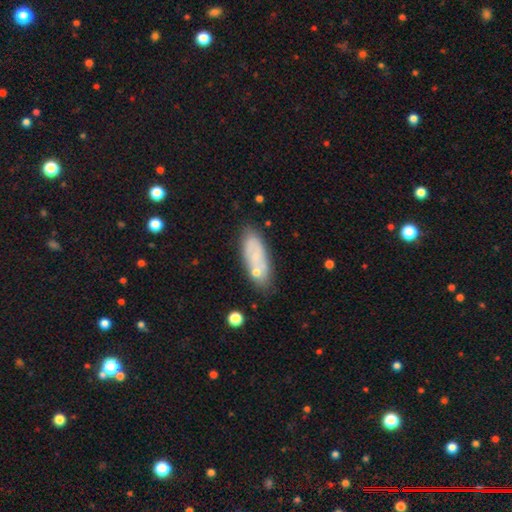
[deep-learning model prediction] Smooth or featured? Predicted: smooth (p=0.53). How rounded? Predicted: in between (p=0.70). Merging? Predicted: none (p=0.66).